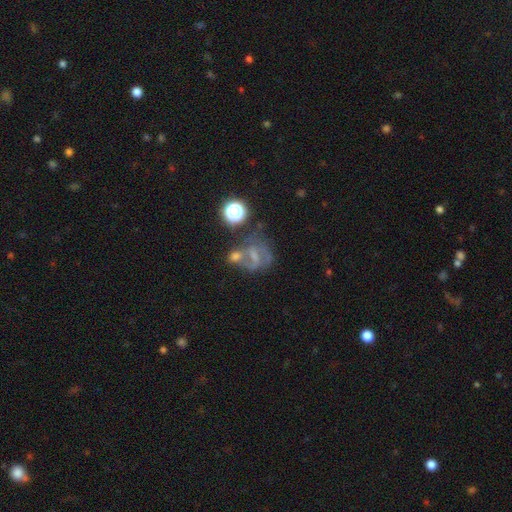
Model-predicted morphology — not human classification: Q: Smooth or featured?
A: featured or disk (49%); runner-up: smooth (30%)
Q: Merging?
A: none (34%); runner-up: merger (30%)